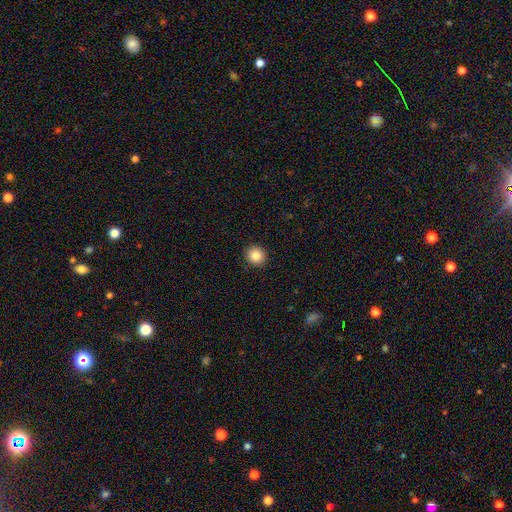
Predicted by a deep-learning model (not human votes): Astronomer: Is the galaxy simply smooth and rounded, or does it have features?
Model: smooth — 85%.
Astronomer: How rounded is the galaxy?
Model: round — 89%.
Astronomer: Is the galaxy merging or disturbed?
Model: none — 92%.